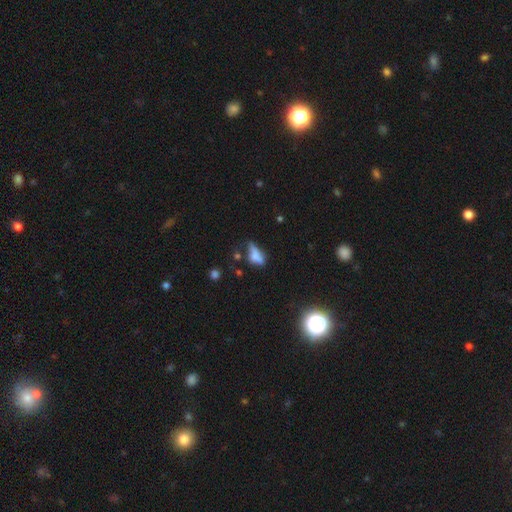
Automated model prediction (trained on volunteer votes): Morphology: type=smooth (58%); roundness=in between (70%); merging=none (34%).